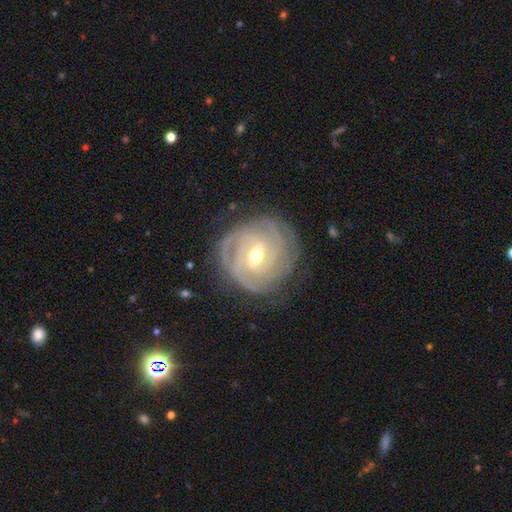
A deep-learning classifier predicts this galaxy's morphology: The model was most divided on "spiral arm count": 3: 32%, can't tell: 22%, 2: 17%, 4: 17%, more than 4: 6%, 1: 6%. More confident: spiral arms — yes (97%); edge-on disk — no (97%); smooth or featured — featured or disk (89%); merging — none (79%); spiral winding — tight (78%); bulge size — moderate (60%); bar — weak (52%).